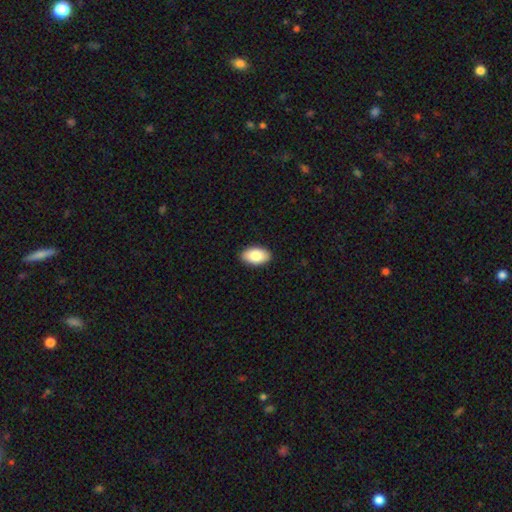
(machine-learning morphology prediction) A smooth galaxy with no disk features (83%) that is in between round and cigar-shaped (94%). Merging: none (90%).